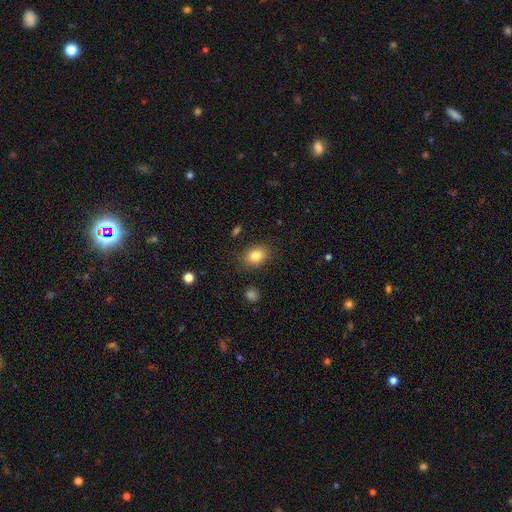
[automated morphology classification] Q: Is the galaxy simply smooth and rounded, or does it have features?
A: smooth — 84%.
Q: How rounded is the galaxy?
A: in between — 75%.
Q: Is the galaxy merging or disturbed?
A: none — 85%.